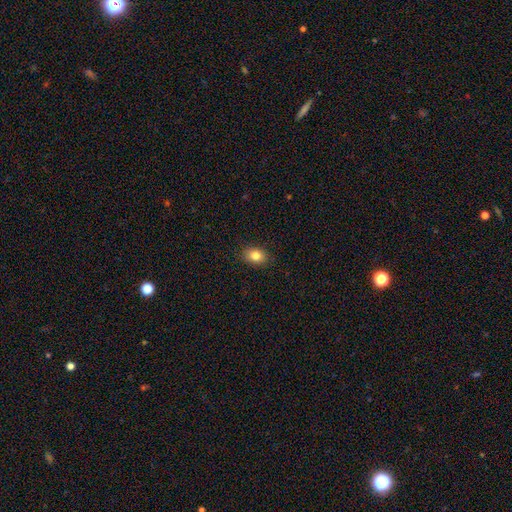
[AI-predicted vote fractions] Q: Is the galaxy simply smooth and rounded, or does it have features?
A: smooth — 83%.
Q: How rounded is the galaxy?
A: in between — 68%.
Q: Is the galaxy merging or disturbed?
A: none — 89%.